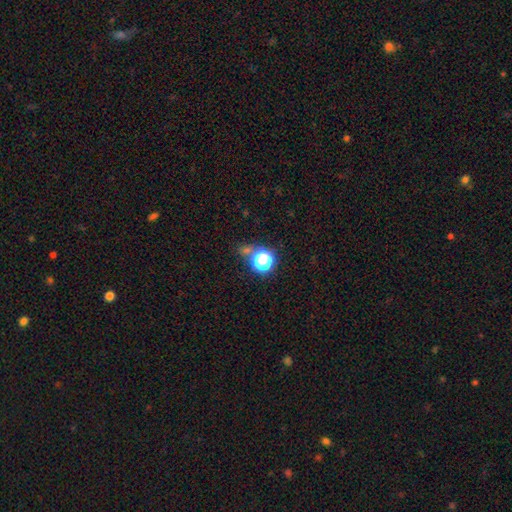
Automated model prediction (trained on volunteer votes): A star or artifact, not a galaxy (59%).

Vote fractions:
- Smooth or featured? star or artifact: 59% / smooth: 31% / featured or disk: 10%